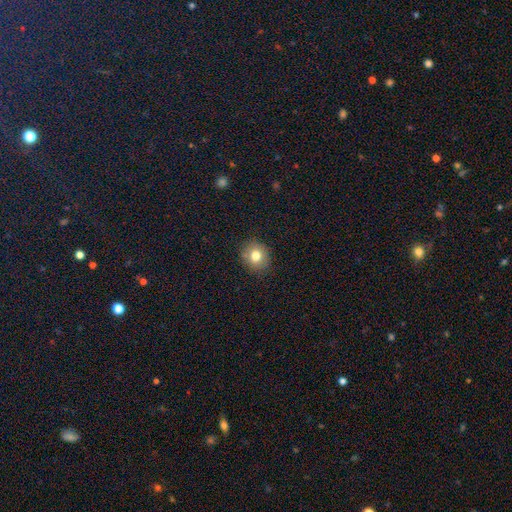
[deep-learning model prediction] Smooth or featured? Predicted: smooth (p=0.78). How rounded? Predicted: round (p=0.77). Merging? Predicted: none (p=0.86).